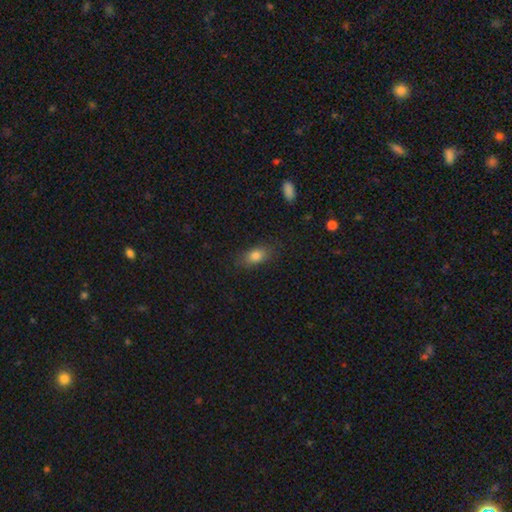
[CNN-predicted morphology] This is clearly a smooth galaxy (82%). How rounded: clearly in between (83%). Merging: clearly none (81%).